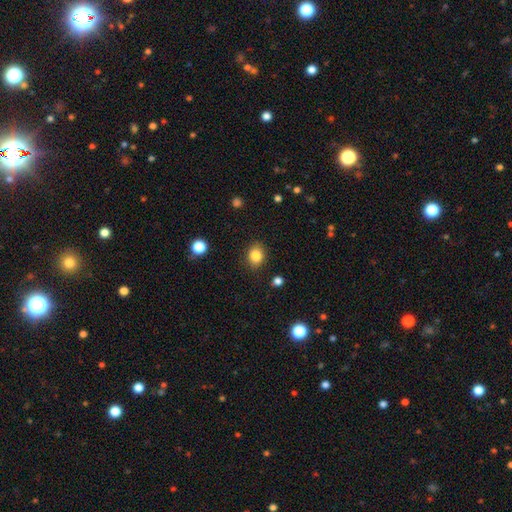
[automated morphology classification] Overall: smooth (84%). How rounded: in between (51%; round 48%). Merging: none (86%).